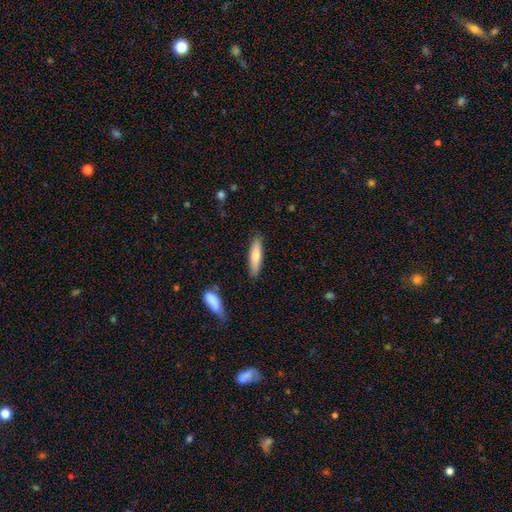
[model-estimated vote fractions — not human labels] Smooth or featured? Predicted: smooth (p=0.73). How rounded? Predicted: cigar-shaped (p=0.74). Merging? Predicted: none (p=0.86).